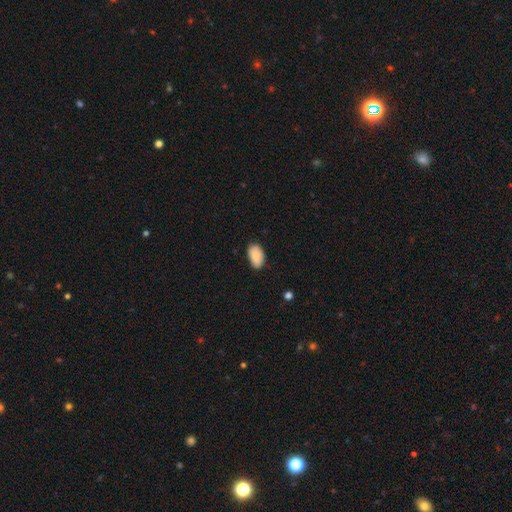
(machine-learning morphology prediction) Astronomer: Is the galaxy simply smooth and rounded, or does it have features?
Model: smooth — 88%.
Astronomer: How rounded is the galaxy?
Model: in between — 94%.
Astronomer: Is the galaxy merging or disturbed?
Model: none — 81%.